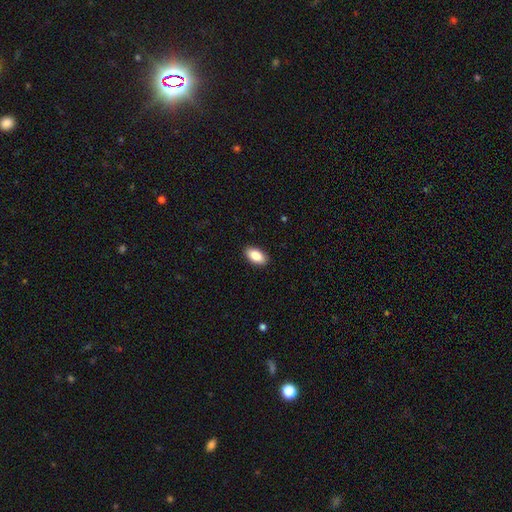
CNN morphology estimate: A smooth galaxy with no disk features (88%) that is in between round and cigar-shaped (94%).

Vote fractions:
- Smooth or featured? smooth: 88% / star or artifact: 7% / featured or disk: 6%
- How rounded? in between: 94% / cigar-shaped: 4% / round: 3%
- Merging? none: 90% / minor disturbance: 7% / major disturbance: 2% / merger: 1%